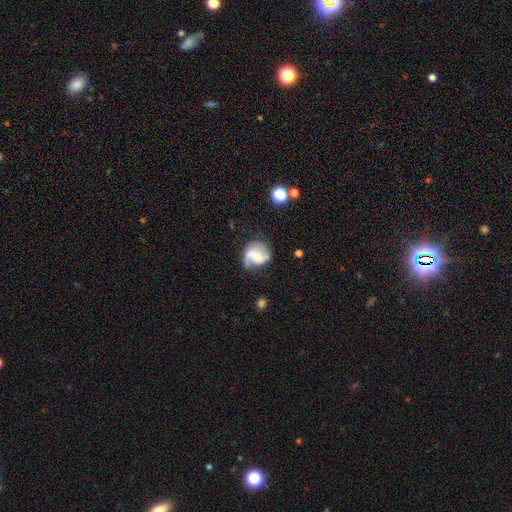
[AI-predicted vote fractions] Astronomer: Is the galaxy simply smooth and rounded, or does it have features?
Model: featured or disk — 73%.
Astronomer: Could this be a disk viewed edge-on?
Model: no — 98%.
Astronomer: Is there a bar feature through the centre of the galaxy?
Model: no — 48% (runner-up: weak, 39%).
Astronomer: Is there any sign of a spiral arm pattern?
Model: yes — 92%.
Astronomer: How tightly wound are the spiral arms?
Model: medium — 43% (runner-up: loose, 38%).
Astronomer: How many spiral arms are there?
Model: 2 — 72%.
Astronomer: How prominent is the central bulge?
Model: small — 46% (runner-up: moderate, 39%).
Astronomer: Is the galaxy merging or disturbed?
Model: none — 61%.